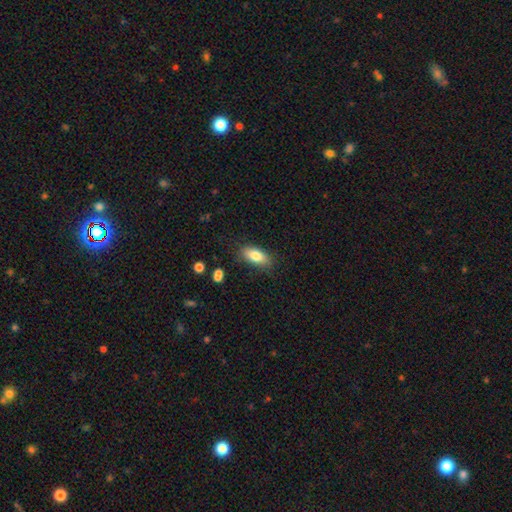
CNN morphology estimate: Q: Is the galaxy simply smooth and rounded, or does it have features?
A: smooth — 82%.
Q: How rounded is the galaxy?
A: in between — 86%.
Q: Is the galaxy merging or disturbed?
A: none — 82%.